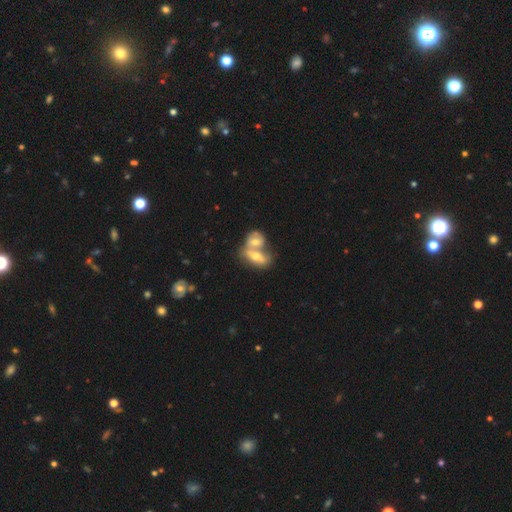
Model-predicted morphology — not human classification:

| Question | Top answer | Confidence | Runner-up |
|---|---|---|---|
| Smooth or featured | smooth | 53% | featured or disk (38%) |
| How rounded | in between | 78% | round (11%) |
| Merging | merger | 74% | none (17%) |